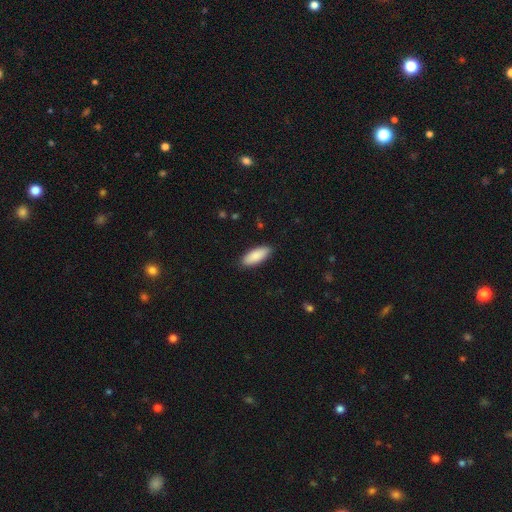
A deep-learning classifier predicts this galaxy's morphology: This is clearly a smooth galaxy (89%). How rounded: likely in between (79%). Merging: clearly none (89%).